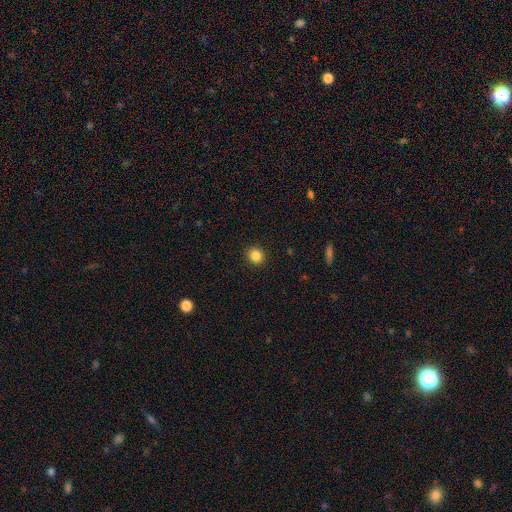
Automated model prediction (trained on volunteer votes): The model was most divided on "how rounded": round: 86%, in between: 13%, cigar-shaped: 1%. More confident: merging — none (92%); smooth or featured — smooth (85%).